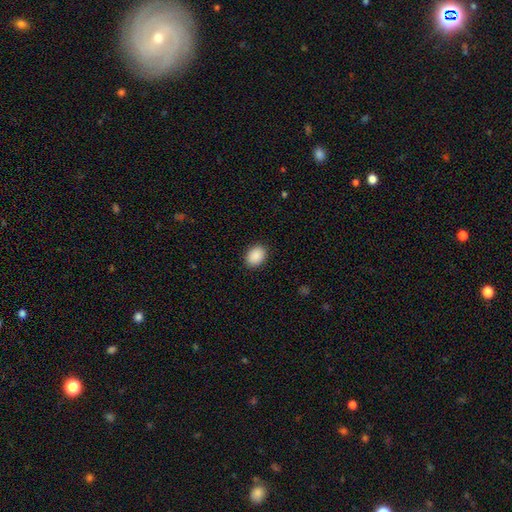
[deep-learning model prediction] Smooth or featured? smooth (90%)
How rounded? in between (73%)
Merging? none (89%)